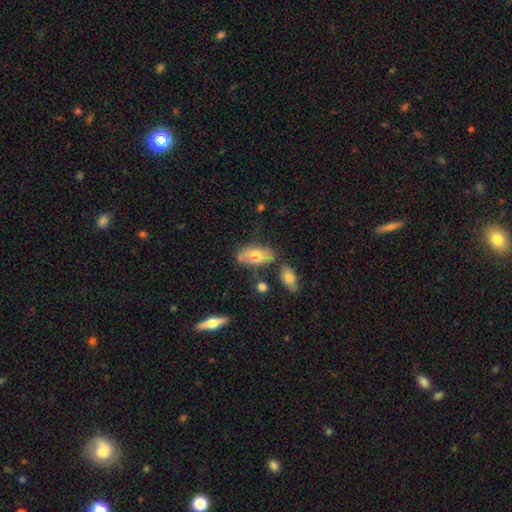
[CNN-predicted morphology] Smooth or featured? Predicted: smooth (p=0.67). How rounded? Predicted: in between (p=0.89). Merging? Predicted: none (p=0.64).